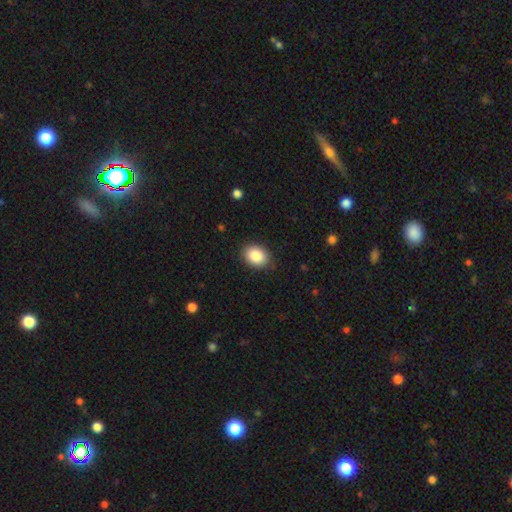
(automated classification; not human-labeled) smooth-or-featured: smooth: 88% | star or artifact: 8% | featured or disk: 5%
  how-rounded: in between: 66% | round: 33% | cigar-shaped: 1%
  merging: none: 87% | minor disturbance: 10% | major disturbance: 2% | merger: 1%